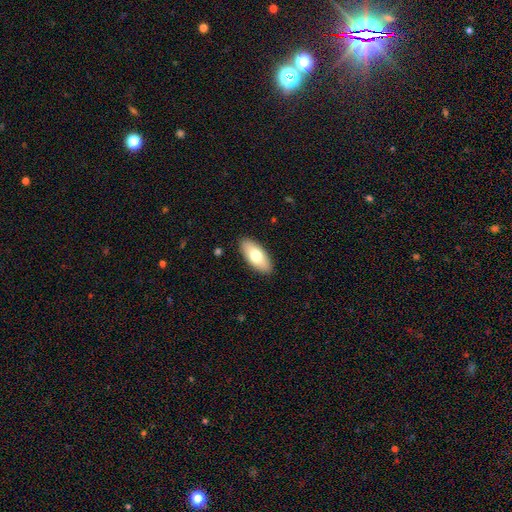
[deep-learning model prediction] Smooth or featured?
  - smooth: 72% *
  - featured or disk: 22%
  - star or artifact: 6%
How rounded?
  - in between: 90% *
  - cigar-shaped: 8%
  - round: 2%
Merging?
  - none: 89% *
  - minor disturbance: 8%
  - major disturbance: 2%
  - merger: 1%